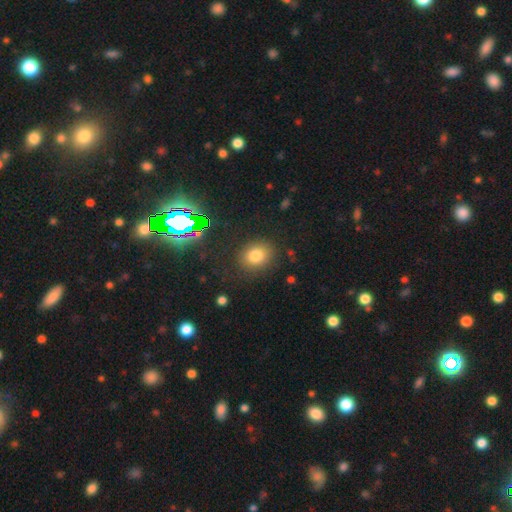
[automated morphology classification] smooth 77%, star or artifact 14%, featured or disk 8%. Down the decision tree: how rounded — round (60%); merging — none (83%).